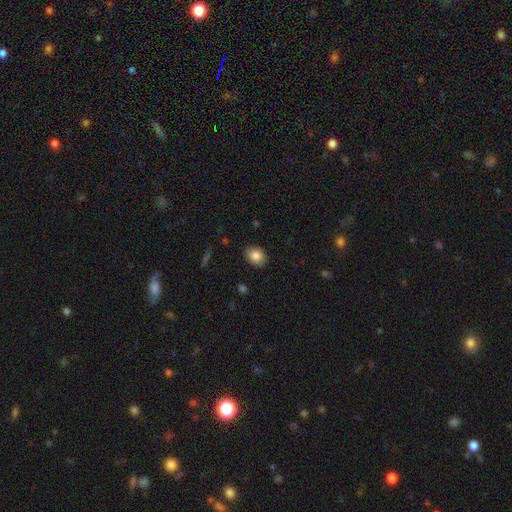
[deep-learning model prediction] Q: Smooth or featured?
A: smooth (84%); runner-up: star or artifact (8%)
Q: How rounded?
A: in between (62%); runner-up: round (37%)
Q: Merging?
A: none (88%); runner-up: minor disturbance (9%)